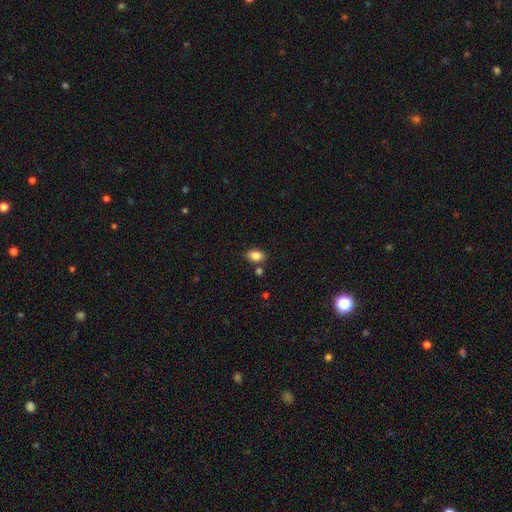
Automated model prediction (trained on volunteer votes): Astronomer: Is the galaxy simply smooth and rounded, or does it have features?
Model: smooth — 85%.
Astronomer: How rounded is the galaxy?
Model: in between — 81%.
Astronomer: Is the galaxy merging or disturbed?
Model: none — 76%.